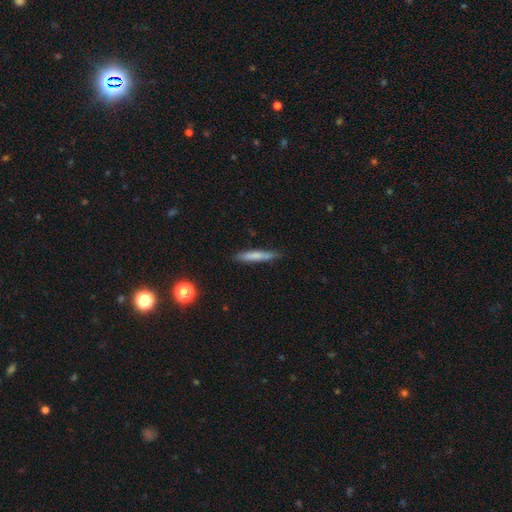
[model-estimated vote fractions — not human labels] This appears to be a smooth galaxy with no disk features (71%) that is cigar-shaped (93%). Merging: none (84%).